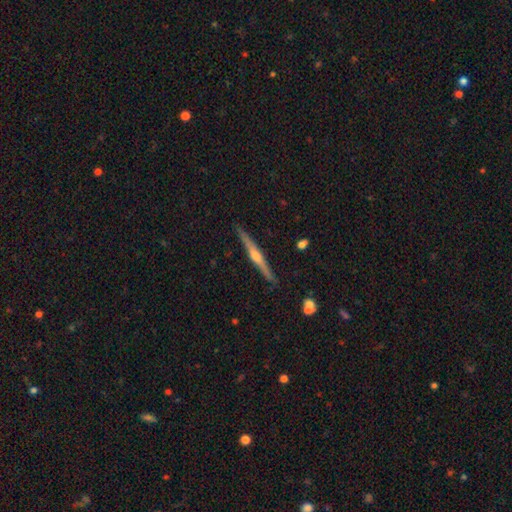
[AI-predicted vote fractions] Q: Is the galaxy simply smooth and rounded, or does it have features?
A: featured or disk — 79%.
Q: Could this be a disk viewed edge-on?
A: yes — 98%.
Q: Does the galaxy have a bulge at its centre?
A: rounded — 86%.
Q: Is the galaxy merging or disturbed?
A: none — 91%.